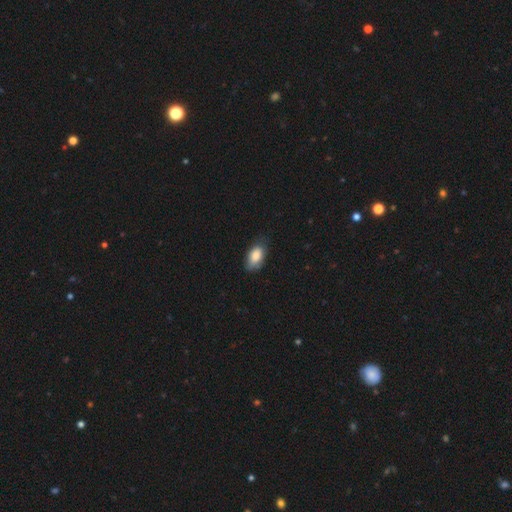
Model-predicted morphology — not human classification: A smooth galaxy with no disk features (84%) that is in between round and cigar-shaped (92%). Merging: none (66%).